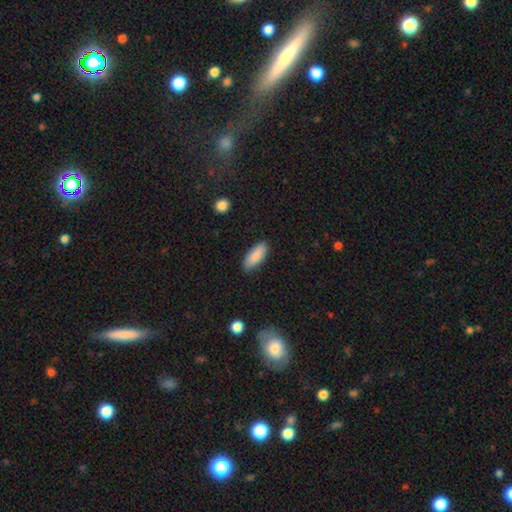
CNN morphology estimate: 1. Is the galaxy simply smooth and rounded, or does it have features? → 87% smooth, 7% featured or disk, 6% star or artifact.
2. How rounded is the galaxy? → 76% in between, 22% cigar-shaped, 2% round.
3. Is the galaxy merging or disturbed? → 84% none, 13% minor disturbance, 2% major disturbance, 1% merger.